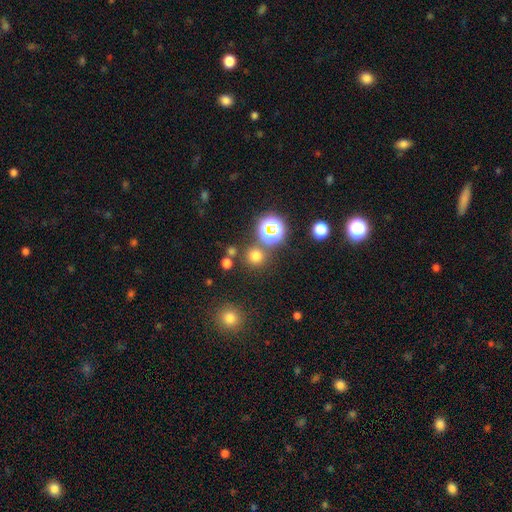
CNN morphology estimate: Smooth or featured? smooth (68%)
How rounded? round (94%)
Merging? none (80%)